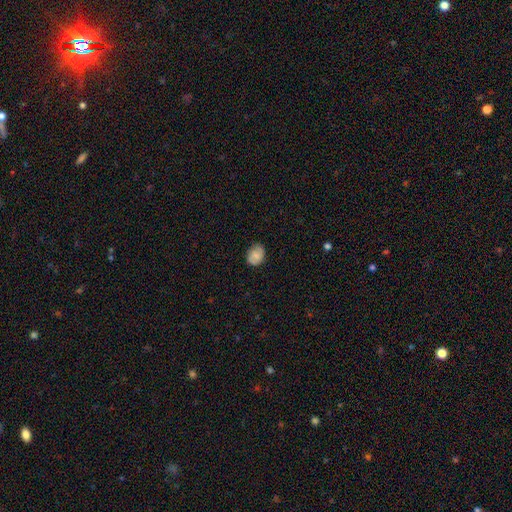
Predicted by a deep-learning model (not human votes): The model was most divided on "how rounded": in between: 56%, round: 43%, cigar-shaped: 1%. More confident: merging — none (80%); smooth or featured — smooth (77%).